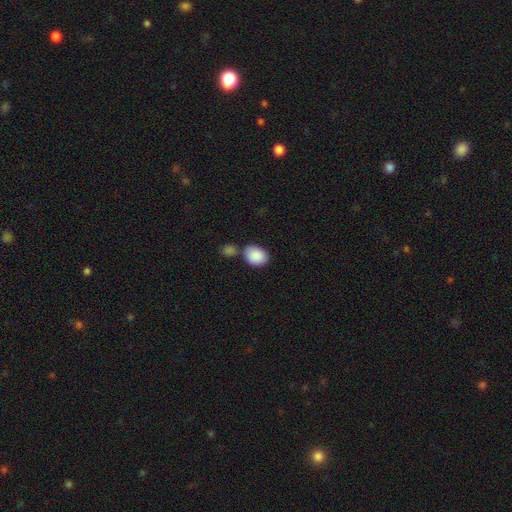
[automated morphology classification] Smooth or featured: smooth — 89% (star or artifact — 7%)
How rounded: in between — 62% (round — 37%)
Merging: none — 58% (merger — 23%)